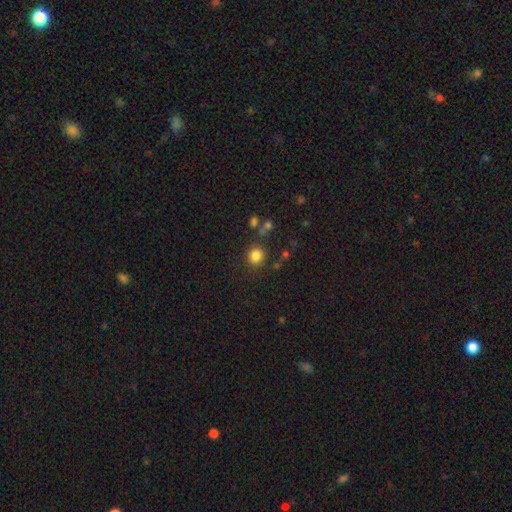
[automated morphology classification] This is clearly a smooth galaxy (83%). How rounded: clearly round (89%). Merging: clearly none (82%).